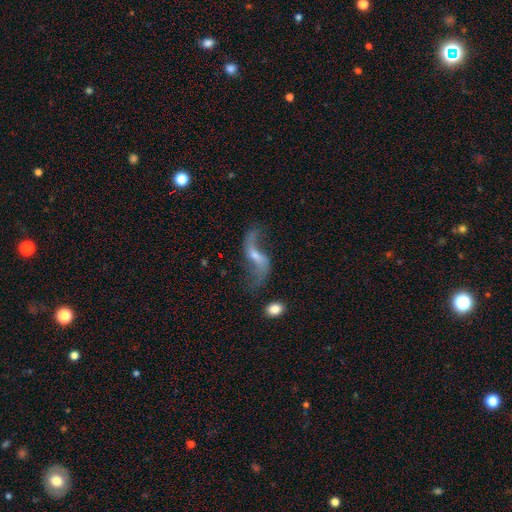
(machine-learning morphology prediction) Overall: featured or disk (84%). Edge-on disk: no (93%). Bar: weak (45%; no 34%). Spiral arms: yes (94%). Spiral arm count: 2 (92%). Spiral winding: loose (90%). Bulge size: small (55%; moderate 30%). Merging: none (69%).